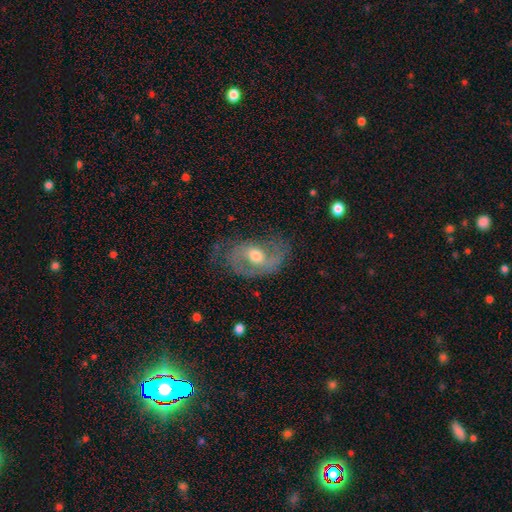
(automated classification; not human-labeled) Morphology: type=featured or disk (72%); edge-on=no (95%); bar=no (47%); spiral arms=yes (88%); winding=medium (43%); arm count=2 (66%); bulge=moderate (68%); merging=none (72%).